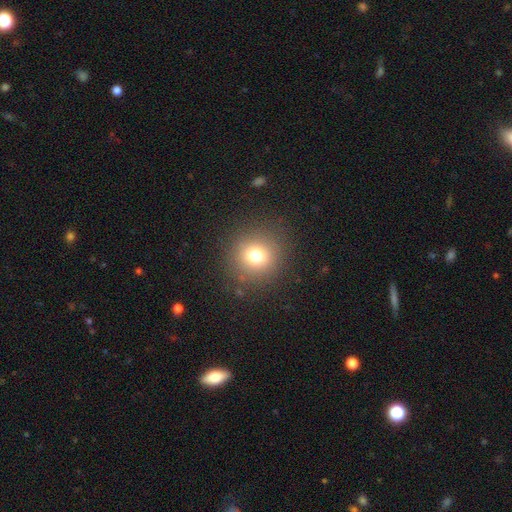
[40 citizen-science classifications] This appears to be a smooth galaxy with no disk features (75%) that is round (93%). Merging: none (86%).